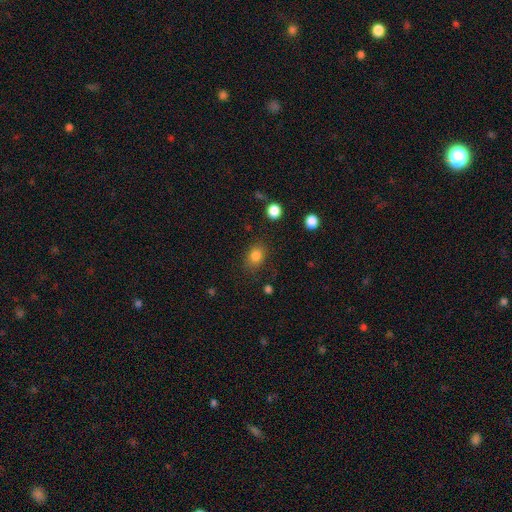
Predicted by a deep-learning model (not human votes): The model was most divided on "how rounded": in between: 51%, round: 48%, cigar-shaped: 1%. More confident: smooth or featured — smooth (83%); merging — none (80%).